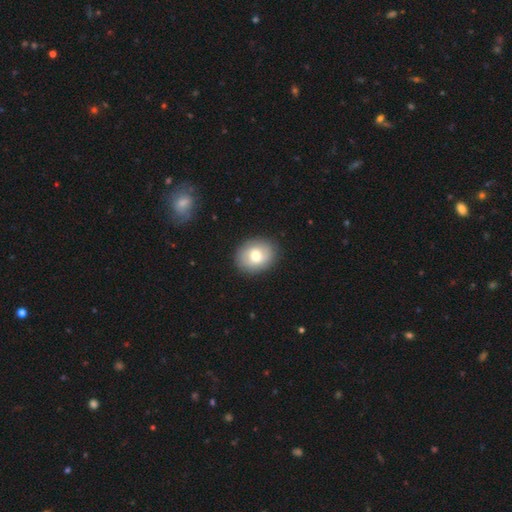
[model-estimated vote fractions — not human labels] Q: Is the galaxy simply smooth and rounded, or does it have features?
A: smooth — 67%.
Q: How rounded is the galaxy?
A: round — 51%.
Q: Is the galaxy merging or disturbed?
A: none — 87%.